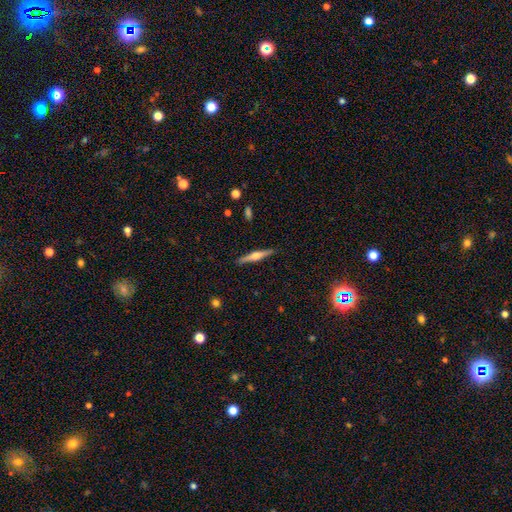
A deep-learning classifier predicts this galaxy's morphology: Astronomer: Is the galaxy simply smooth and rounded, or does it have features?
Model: featured or disk — 70%.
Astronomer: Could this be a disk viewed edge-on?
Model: yes — 98%.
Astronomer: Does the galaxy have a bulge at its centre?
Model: rounded — 89%.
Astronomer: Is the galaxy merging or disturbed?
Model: none — 90%.